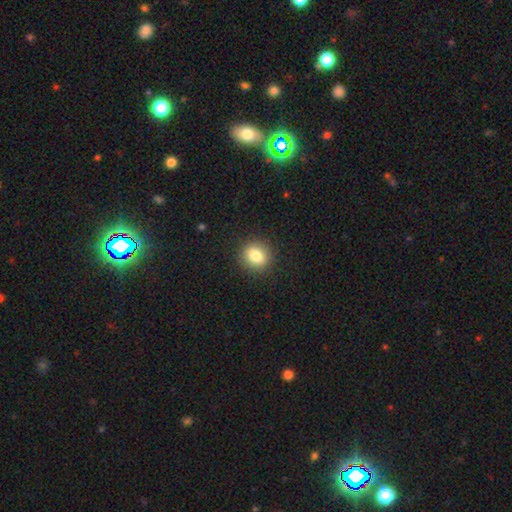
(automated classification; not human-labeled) A smooth galaxy with no disk features (81%) that is round (74%).

Vote fractions:
- Smooth or featured? smooth: 81% / star or artifact: 10% / featured or disk: 8%
- How rounded? round: 74% / in between: 25% / cigar-shaped: 1%
- Merging? none: 90% / minor disturbance: 7% / major disturbance: 2% / merger: 1%